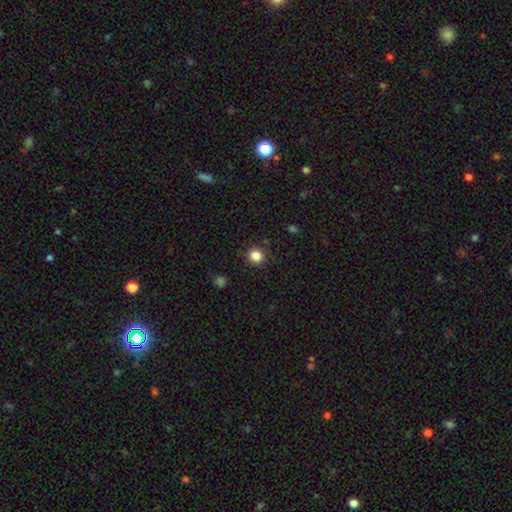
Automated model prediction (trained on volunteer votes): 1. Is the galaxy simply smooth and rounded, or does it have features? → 85% smooth, 12% star or artifact, 4% featured or disk.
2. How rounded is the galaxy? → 93% round, 6% in between, 1% cigar-shaped.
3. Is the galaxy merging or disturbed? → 90% none, 6% minor disturbance, 2% major disturbance, 1% merger.